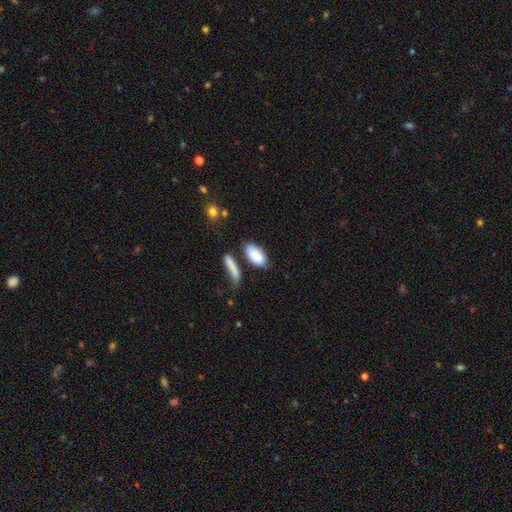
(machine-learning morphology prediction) A smooth galaxy with no disk features (86%) that is in between round and cigar-shaped (87%). Merging: none (62%).